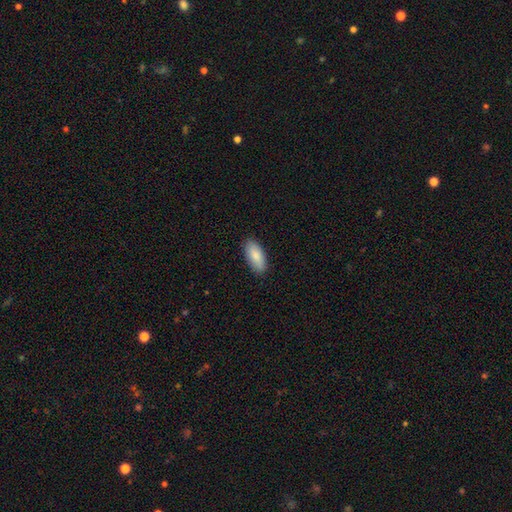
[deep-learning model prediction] Overall: smooth (86%). How rounded: in between (87%). Merging: none (88%).